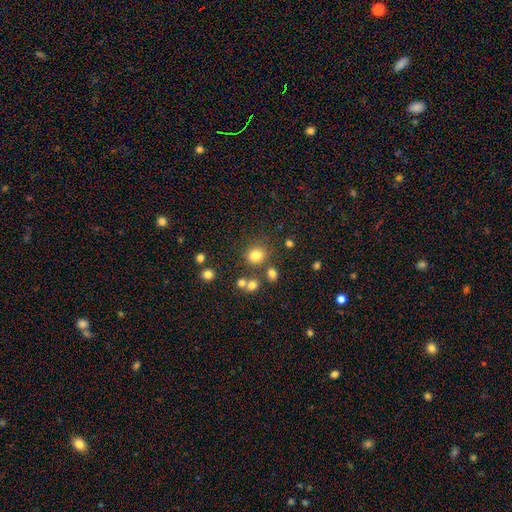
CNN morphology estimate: smooth 78%, star or artifact 15%, featured or disk 6%. Down the decision tree: how rounded — round (78%); merging — none (76%).